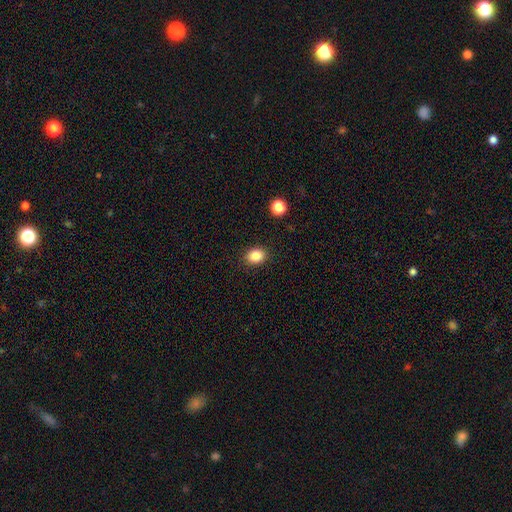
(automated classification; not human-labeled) Smooth or featured? smooth (85%)
How rounded? in between (55%)
Merging? none (89%)